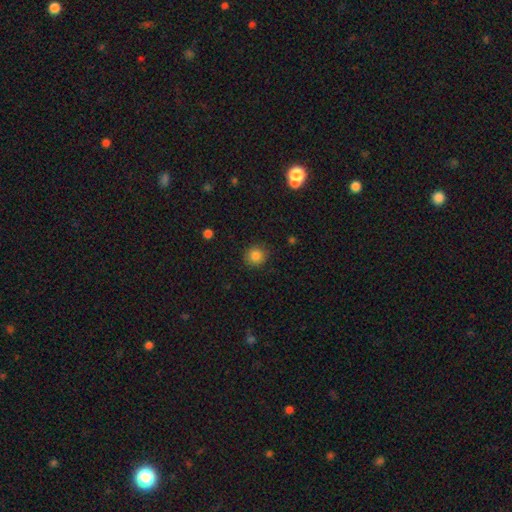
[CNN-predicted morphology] A smooth galaxy with no disk features (84%) that is round (92%). Merging: none (89%).